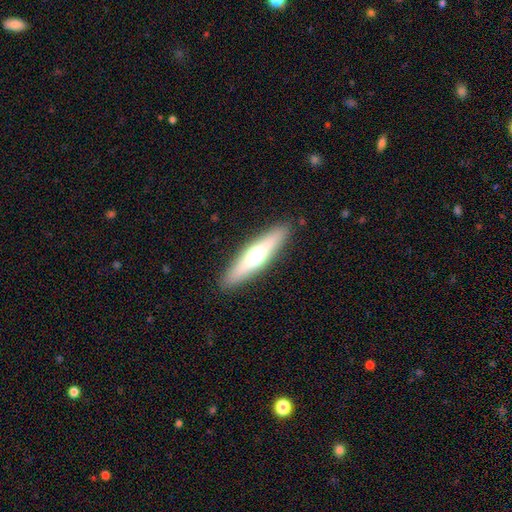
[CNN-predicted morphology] Smooth or featured? featured or disk (47%)
Merging? none (89%)